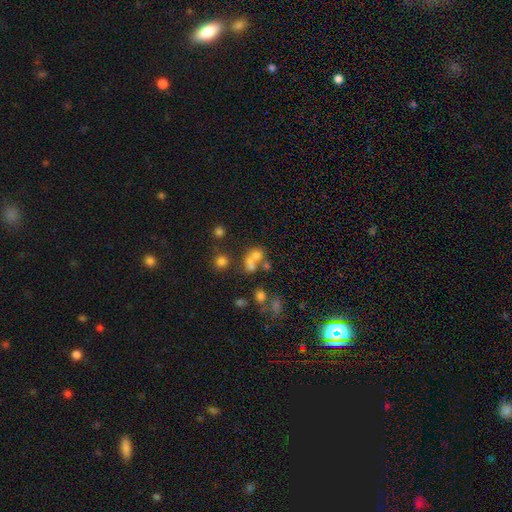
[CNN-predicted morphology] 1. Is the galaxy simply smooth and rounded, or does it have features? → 58% smooth, 22% featured or disk, 20% star or artifact.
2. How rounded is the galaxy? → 67% round, 31% in between, 2% cigar-shaped.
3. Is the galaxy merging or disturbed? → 52% merger, 32% none, 8% minor disturbance, 7% major disturbance.